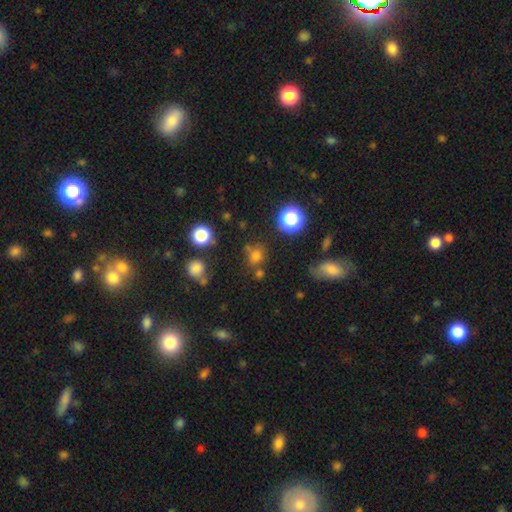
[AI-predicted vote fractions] Morphology: type=smooth (67%); roundness=round (78%); merging=none (68%).